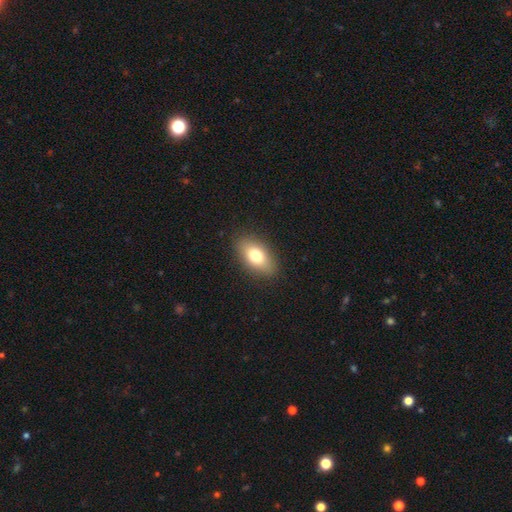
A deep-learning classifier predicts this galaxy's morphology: Smooth or featured? Predicted: smooth (p=0.76). How rounded? Predicted: in between (p=0.89). Merging? Predicted: none (p=0.87).